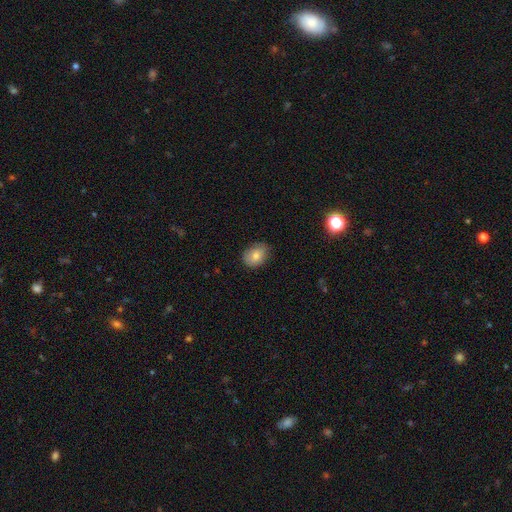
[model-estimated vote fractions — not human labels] Smooth or featured? Predicted: smooth (p=0.76). How rounded? Predicted: in between (p=0.60). Merging? Predicted: none (p=0.75).